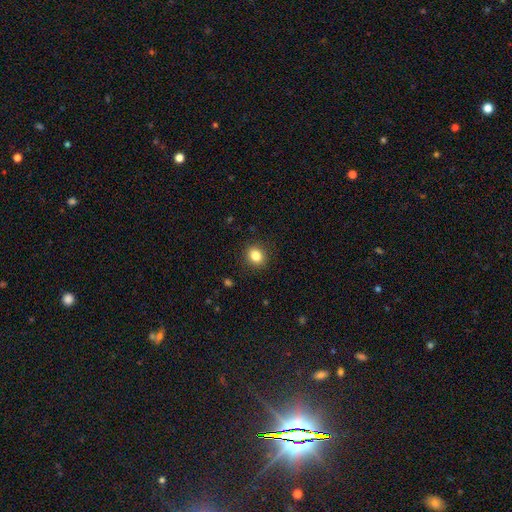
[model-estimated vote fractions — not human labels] Smooth or featured: smooth — 84% (star or artifact — 10%)
How rounded: round — 65% (in between — 34%)
Merging: none — 89% (minor disturbance — 7%)